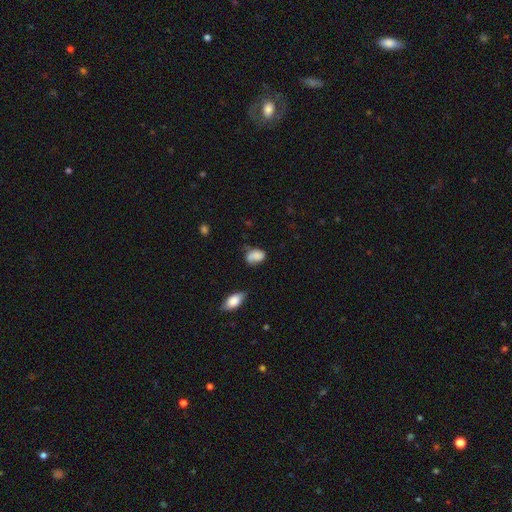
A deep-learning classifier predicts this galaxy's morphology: smooth_or_featured: smooth (p=0.79) [alt: featured or disk p=0.11]
how_rounded: in between (p=0.81) [alt: round p=0.17]
merging: none (p=0.43) [alt: minor disturbance p=0.33]